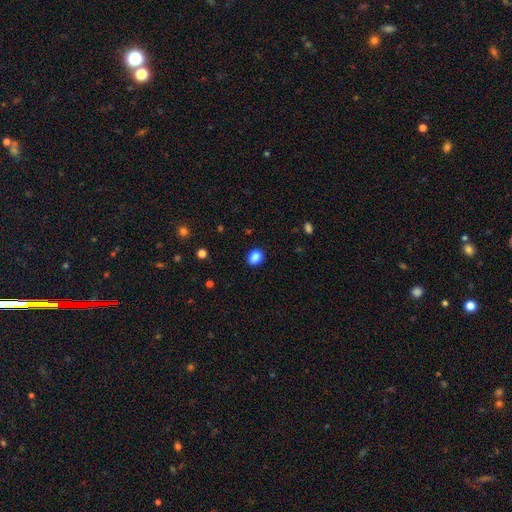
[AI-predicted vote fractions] Morphology: type=smooth (88%); roundness=round (54%); merging=none (90%).